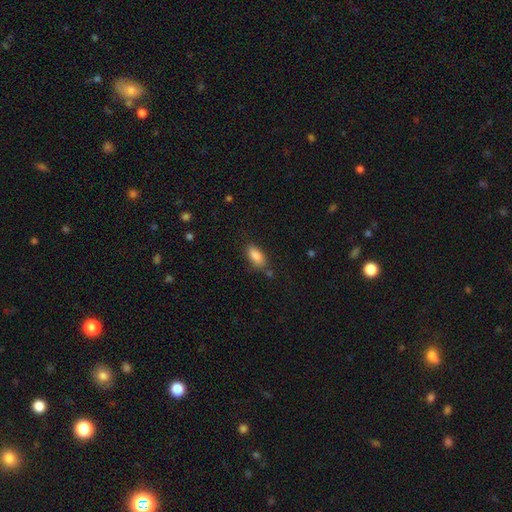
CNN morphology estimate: A smooth galaxy with no disk features (86%) that is in between round and cigar-shaped (86%). Merging: none (74%).